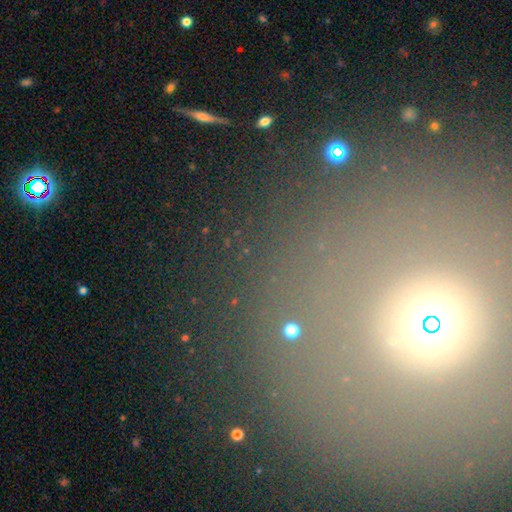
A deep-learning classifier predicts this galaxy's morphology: star or artifact 54%, smooth 29%, featured or disk 17%.